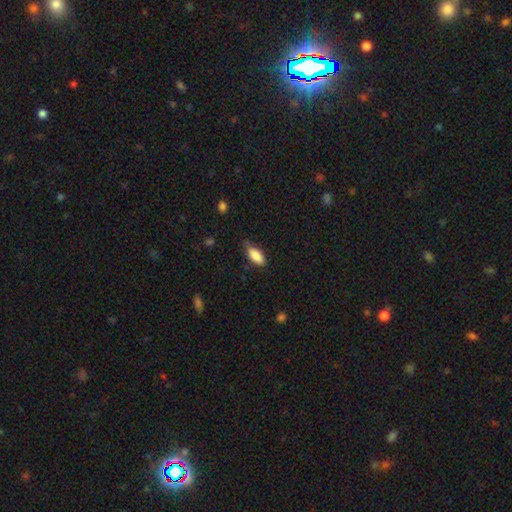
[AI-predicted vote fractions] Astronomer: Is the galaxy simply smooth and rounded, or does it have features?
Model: smooth — 85%.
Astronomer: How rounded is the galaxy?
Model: in between — 82%.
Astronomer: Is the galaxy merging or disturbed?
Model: none — 64%.